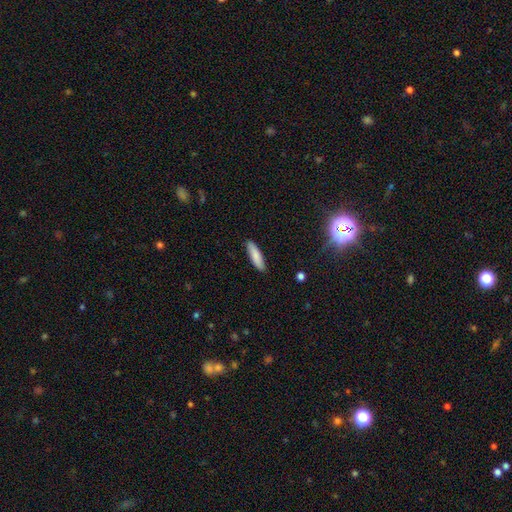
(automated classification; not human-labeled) Smooth or featured? smooth (82%)
How rounded? cigar-shaped (65%)
Merging? none (88%)